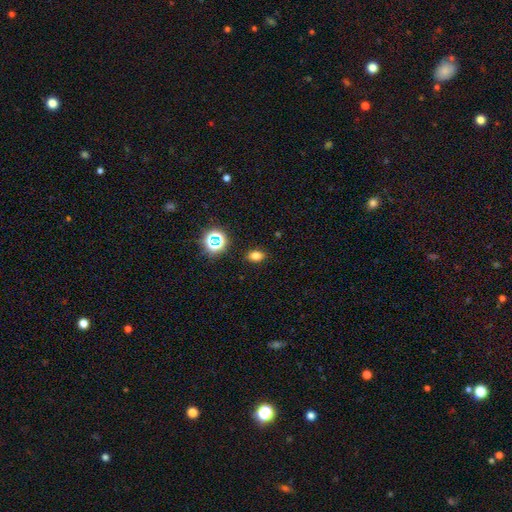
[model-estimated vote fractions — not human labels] Smooth or featured? smooth (74%)
How rounded? in between (75%)
Merging? none (87%)